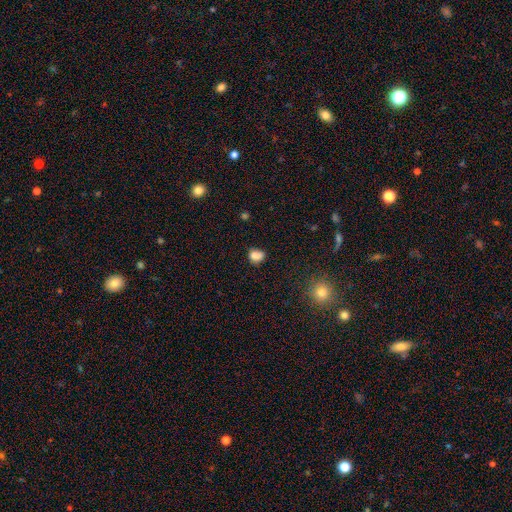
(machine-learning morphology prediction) smooth 78%, star or artifact 13%, featured or disk 9%. Down the decision tree: how rounded — round (57%); merging — none (51%).